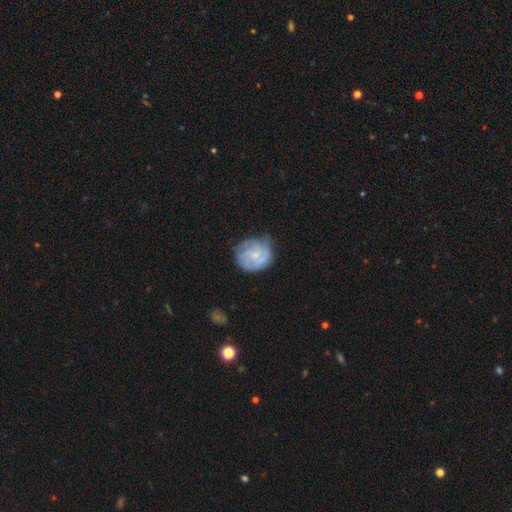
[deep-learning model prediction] A featured or disk galaxy (58%) with no bar (68%), spiral arms (81%) and a small central bulge (65%).

Vote fractions:
- Smooth or featured? featured or disk: 58% / smooth: 35% / star or artifact: 7%
- Edge-on disk? no: 98% / yes: 2%
- Bar? no: 68% / weak: 29% / strong: 4%
- Spiral arms? yes: 81% / no: 19%
- Bulge size? small: 65% / moderate: 17% / none: 15% / large: 1% / dominant: 1%
- Merging? none: 61% / minor disturbance: 28% / major disturbance: 10% / merger: 2%